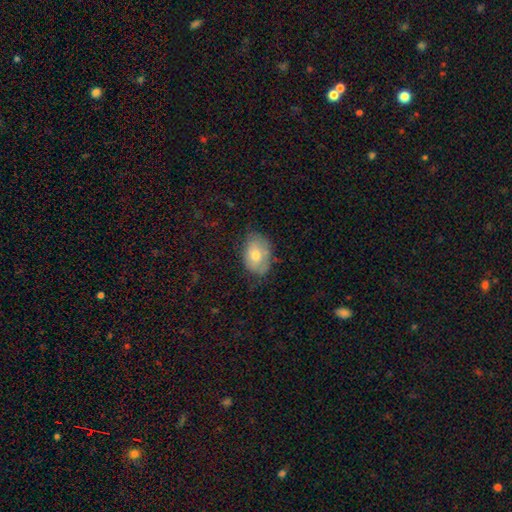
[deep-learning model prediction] Morphology: type=smooth (69%); roundness=in between (83%); merging=none (57%).